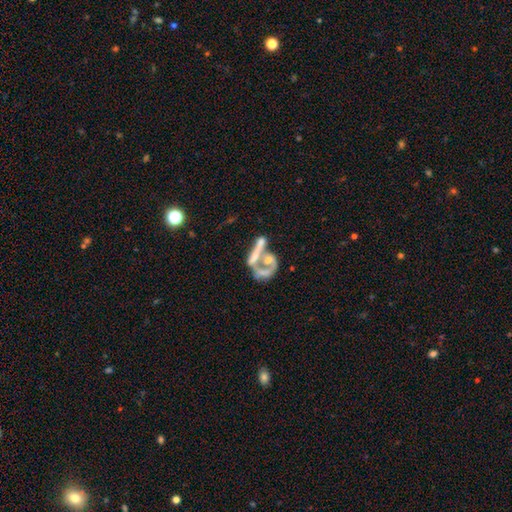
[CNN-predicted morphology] Smooth or featured? featured or disk (60%)
Edge-on disk? no (88%)
Bar? no (82%)
Spiral arms? no (80%)
Bulge size? none (51%)
Merging? merger (56%)